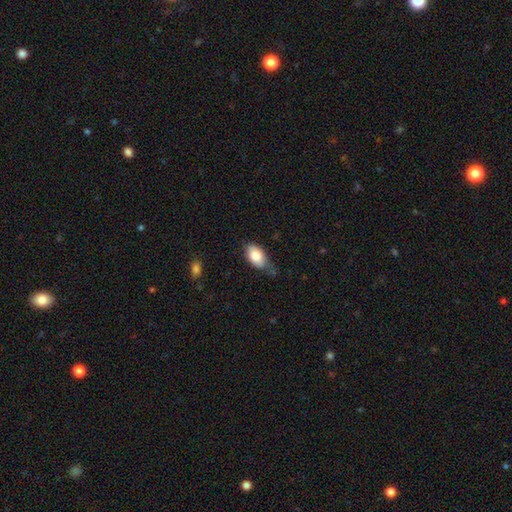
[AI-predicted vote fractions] A smooth galaxy with no disk features (80%) that is in between round and cigar-shaped (92%).

Vote fractions:
- Smooth or featured? smooth: 80% / featured or disk: 13% / star or artifact: 7%
- How rounded? in between: 92% / round: 5% / cigar-shaped: 2%
- Merging? none: 54% / minor disturbance: 34% / major disturbance: 8% / merger: 4%